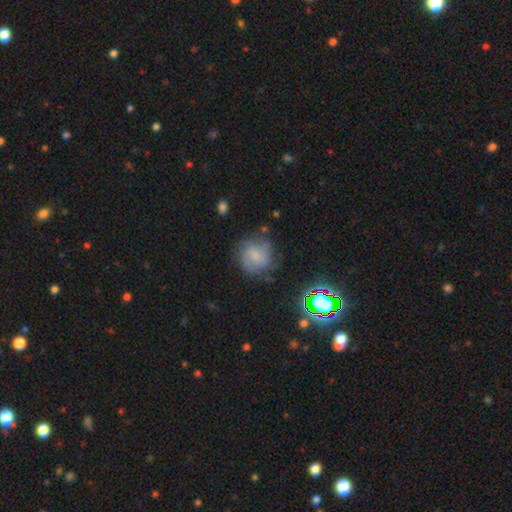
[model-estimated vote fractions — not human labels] The model was most divided on "smooth or featured": featured or disk: 45%, smooth: 42%, star or artifact: 13%. More confident: merging — none (63%).